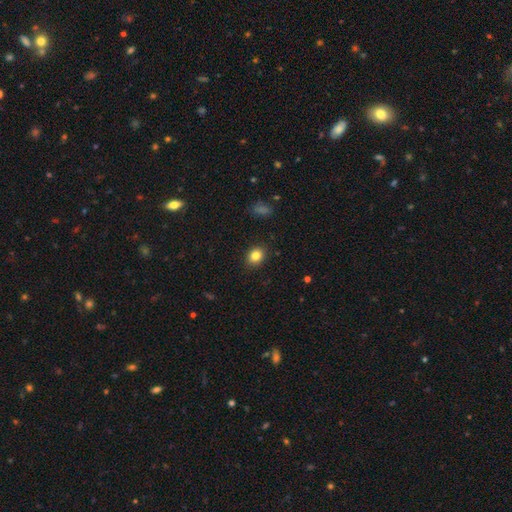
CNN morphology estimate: The model was most divided on "how rounded": in between: 51%, round: 48%, cigar-shaped: 1%. More confident: merging — none (89%); smooth or featured — smooth (83%).